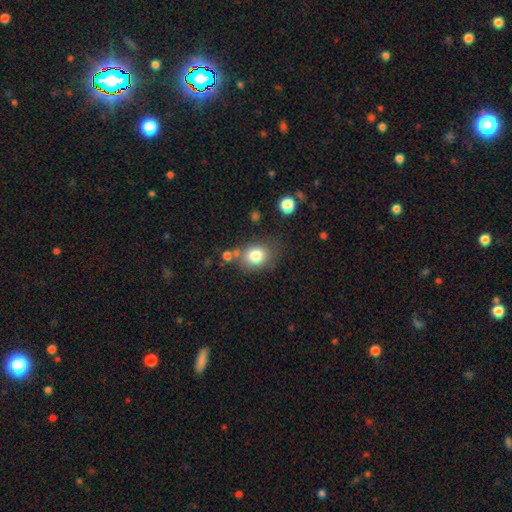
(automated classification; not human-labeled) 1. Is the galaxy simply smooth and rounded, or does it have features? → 80% smooth, 10% star or artifact, 10% featured or disk.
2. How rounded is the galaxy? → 55% round, 44% in between, 1% cigar-shaped.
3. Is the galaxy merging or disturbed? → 67% none, 17% minor disturbance, 10% merger, 6% major disturbance.